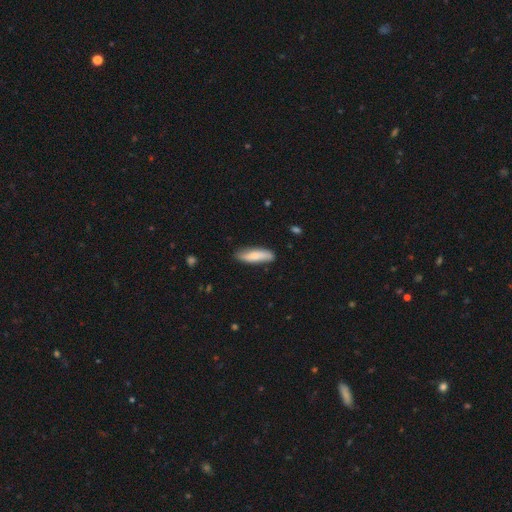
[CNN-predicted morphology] smooth 77%, featured or disk 17%, star or artifact 6%. Down the decision tree: how rounded — cigar-shaped (65%); merging — none (80%).